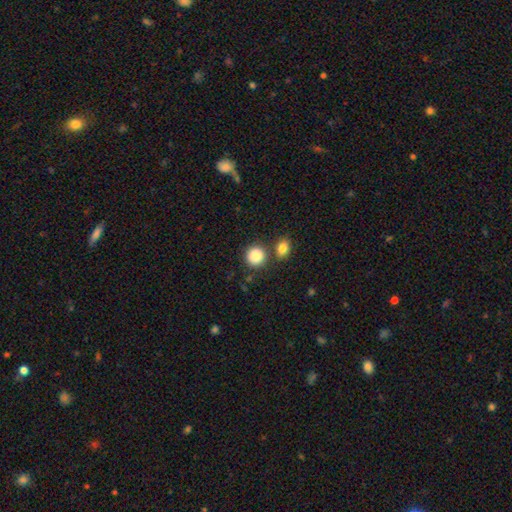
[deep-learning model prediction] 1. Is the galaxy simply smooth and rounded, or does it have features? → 88% smooth, 8% star or artifact, 4% featured or disk.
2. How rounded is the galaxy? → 88% round, 11% in between, 1% cigar-shaped.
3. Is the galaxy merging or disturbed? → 76% none, 11% merger, 9% minor disturbance, 3% major disturbance.